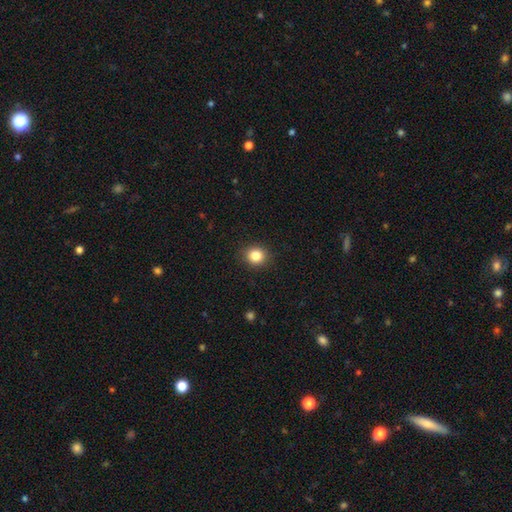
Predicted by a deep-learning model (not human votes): Morphology: type=smooth (85%); roundness=round (83%); merging=none (90%).